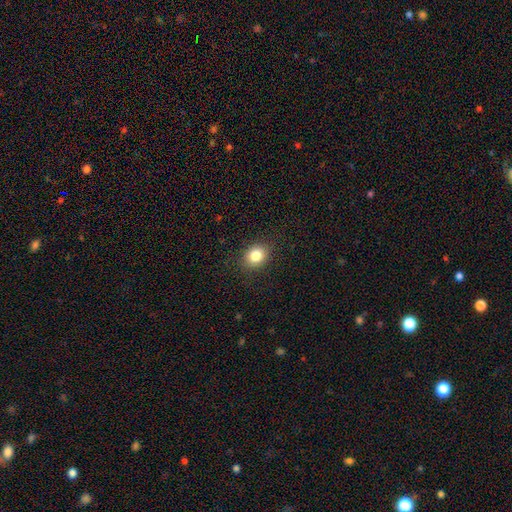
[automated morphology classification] This appears to be a smooth galaxy with no disk features (83%) that is round (57%). Merging: none (88%).